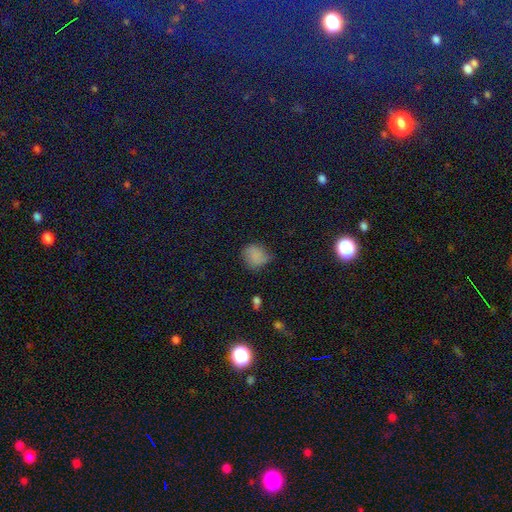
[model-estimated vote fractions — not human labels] The model was most divided on "merging": none: 59%, minor disturbance: 30%, major disturbance: 9%, merger: 2%. More confident: smooth or featured — smooth (76%); how rounded — round (74%).